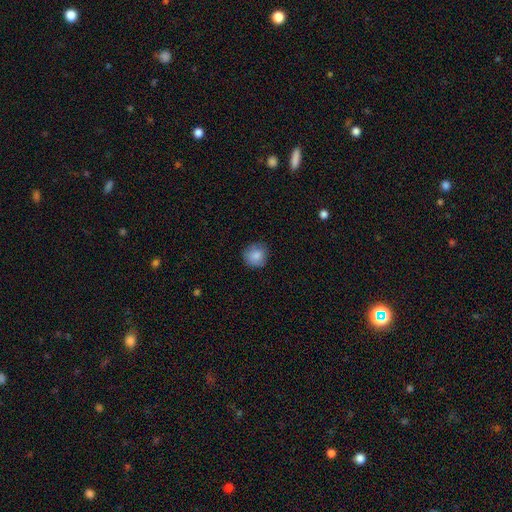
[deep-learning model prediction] The model was most divided on "merging": none: 82%, minor disturbance: 14%, major disturbance: 3%, merger: 1%. More confident: how rounded — round (90%); smooth or featured — smooth (85%).